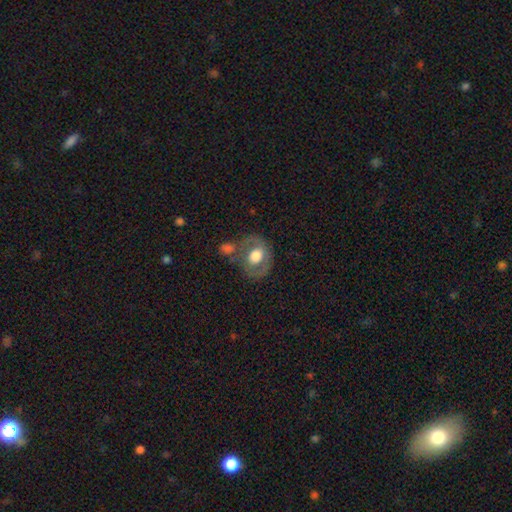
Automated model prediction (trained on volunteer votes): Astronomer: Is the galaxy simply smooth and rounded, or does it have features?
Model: smooth — 48% (runner-up: featured or disk, 45%).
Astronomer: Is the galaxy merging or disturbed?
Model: none — 55%.